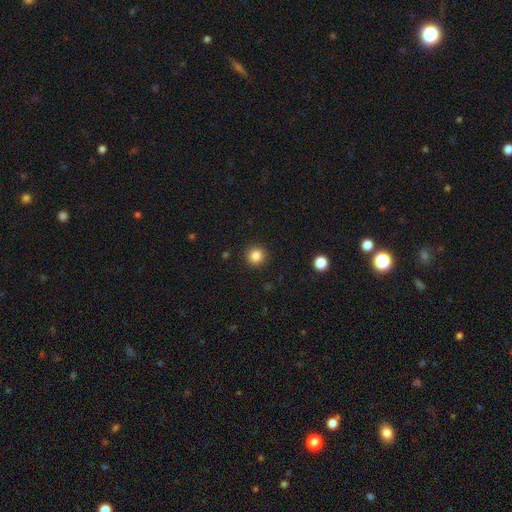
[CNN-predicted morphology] smooth_or_featured: smooth (p=0.85) [alt: star or artifact p=0.11]
how_rounded: round (p=0.94) [alt: in between p=0.05]
merging: none (p=0.92) [alt: minor disturbance p=0.05]